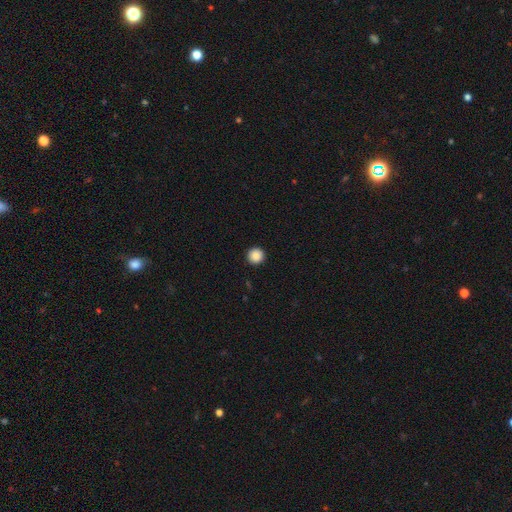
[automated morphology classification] smooth-or-featured: smooth: 88% | star or artifact: 9% | featured or disk: 3%
  how-rounded: round: 96% | in between: 3% | cigar-shaped: 1%
  merging: none: 93% | minor disturbance: 4% | major disturbance: 1% | merger: 1%